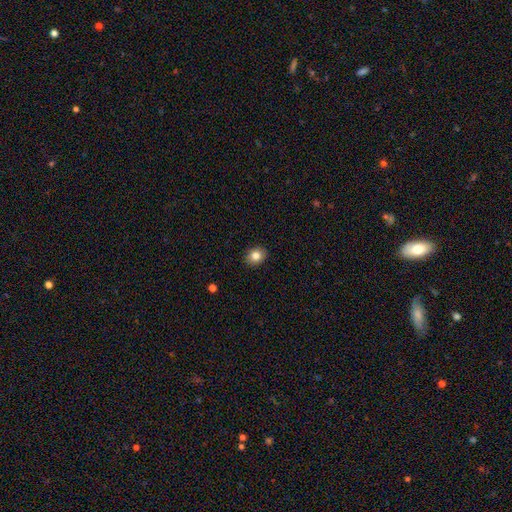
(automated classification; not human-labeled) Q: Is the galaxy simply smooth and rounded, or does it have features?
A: smooth — 83%.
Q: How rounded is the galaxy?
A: round — 55%.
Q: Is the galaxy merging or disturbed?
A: none — 90%.